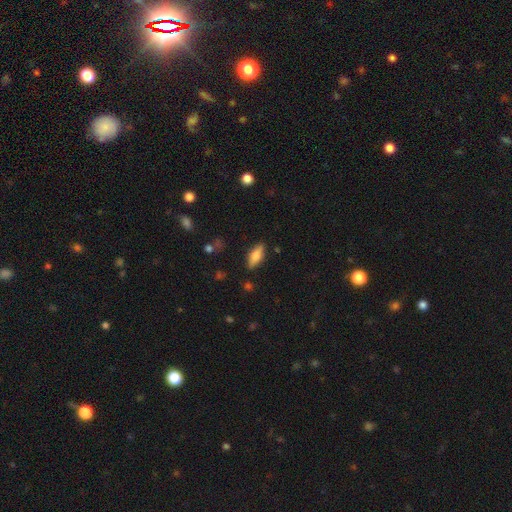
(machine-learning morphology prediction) Q: Smooth or featured?
A: smooth (63%); runner-up: featured or disk (30%)
Q: How rounded?
A: in between (68%); runner-up: cigar-shaped (29%)
Q: Merging?
A: none (85%); runner-up: minor disturbance (11%)